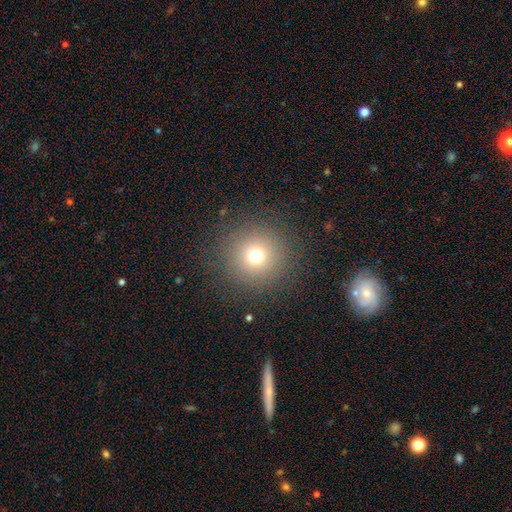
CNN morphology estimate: Smooth or featured? Predicted: smooth (p=0.72). How rounded? Predicted: round (p=0.96). Merging? Predicted: none (p=0.88).